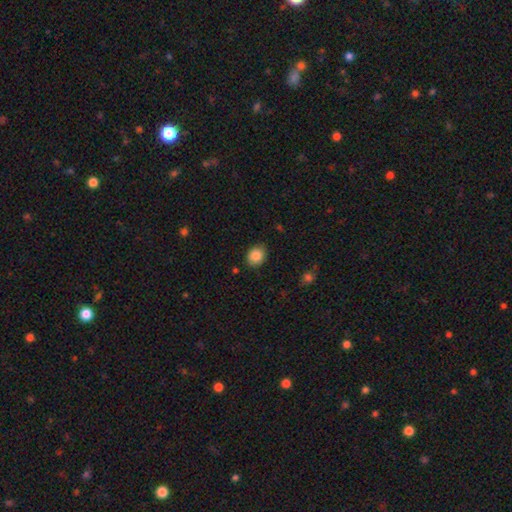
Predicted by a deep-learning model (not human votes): Smooth or featured? smooth (85%)
How rounded? round (51%)
Merging? none (86%)